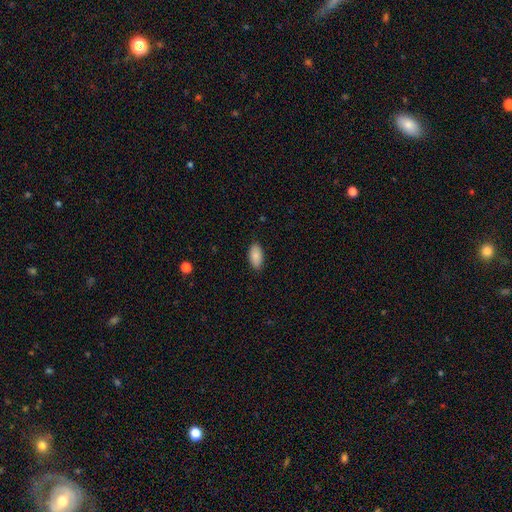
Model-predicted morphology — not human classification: Overall: smooth (88%). How rounded: in between (94%). Merging: none (88%).